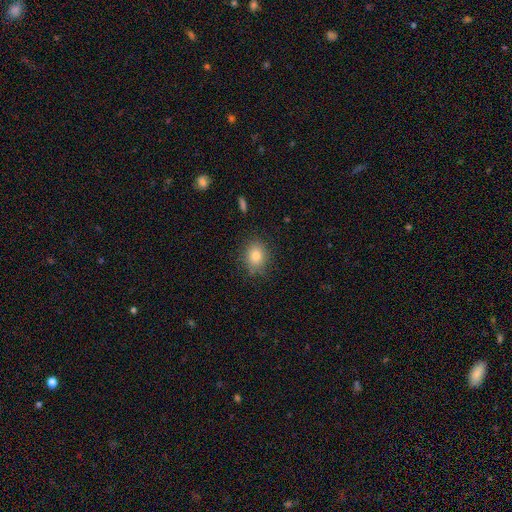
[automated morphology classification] A smooth galaxy with no disk features (80%) that is round (56%). Merging: none (83%).